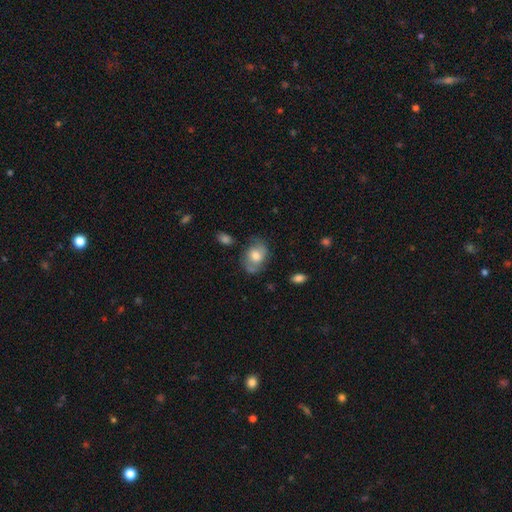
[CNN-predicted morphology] Smooth or featured? Predicted: smooth (p=0.50). How rounded? Predicted: in between (p=0.66). Merging? Predicted: none (p=0.64).